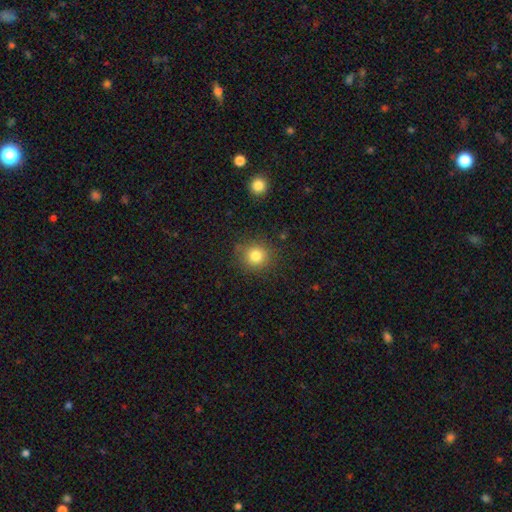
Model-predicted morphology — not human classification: This is clearly a smooth galaxy (82%). How rounded: clearly round (90%). Merging: clearly none (85%).